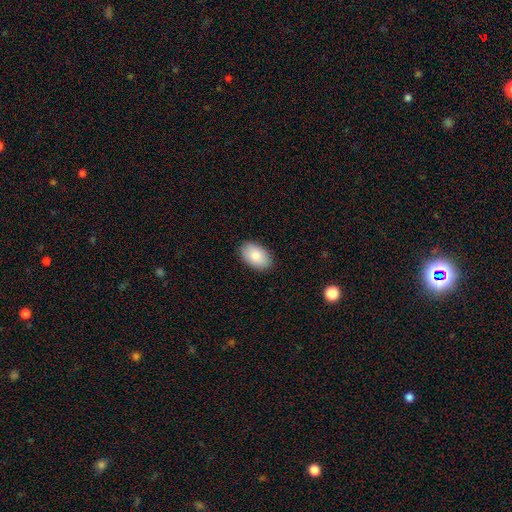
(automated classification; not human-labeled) Overall: smooth (86%). How rounded: in between (92%). Merging: none (88%).